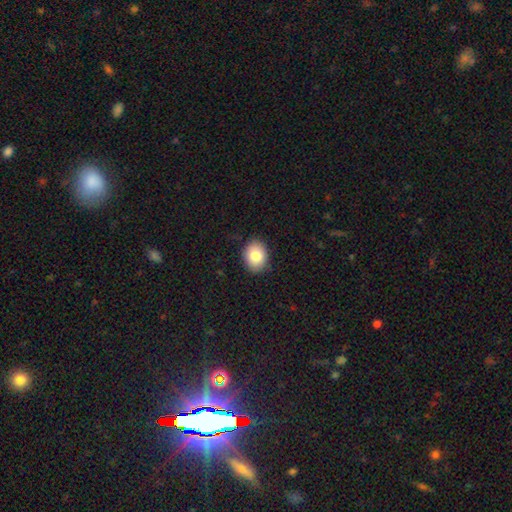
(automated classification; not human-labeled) smooth-or-featured: smooth: 83% | featured or disk: 8% | star or artifact: 8%
  how-rounded: in between: 56% | round: 43% | cigar-shaped: 1%
  merging: none: 87% | minor disturbance: 10% | major disturbance: 2% | merger: 1%